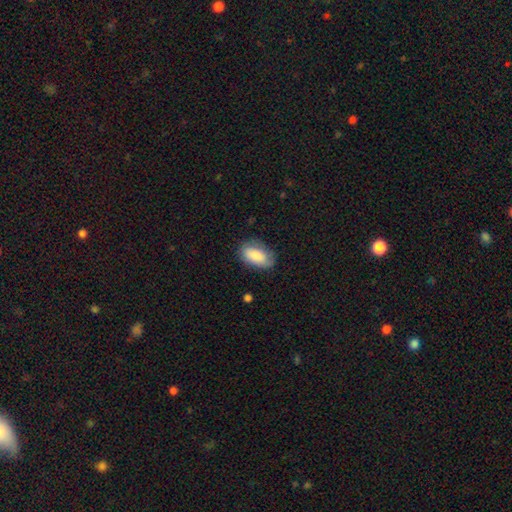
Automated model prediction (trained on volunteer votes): Smooth or featured: smooth — 83% (featured or disk — 10%)
How rounded: in between — 93% (round — 5%)
Merging: none — 73% (minor disturbance — 21%)